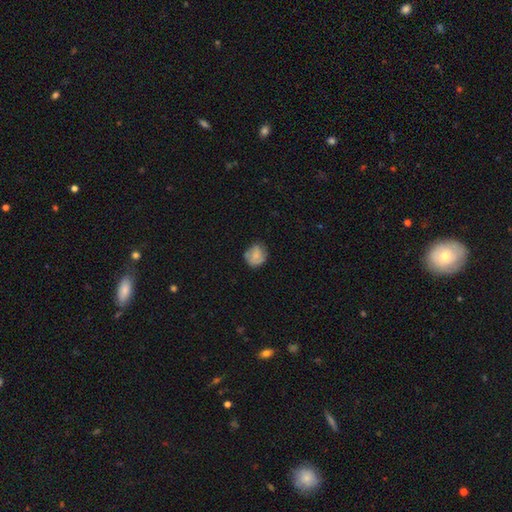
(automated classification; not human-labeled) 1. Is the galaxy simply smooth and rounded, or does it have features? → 67% smooth, 24% featured or disk, 8% star or artifact.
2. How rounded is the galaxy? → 73% round, 26% in between, 1% cigar-shaped.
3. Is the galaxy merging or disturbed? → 64% none, 26% minor disturbance, 7% major disturbance, 3% merger.